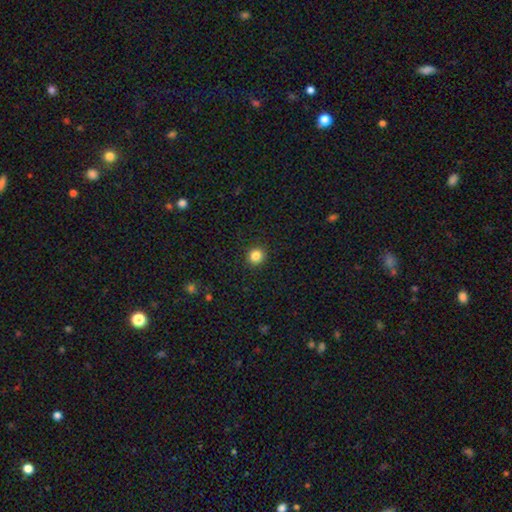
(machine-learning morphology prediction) Overall: smooth (85%). How rounded: round (89%). Merging: none (92%).